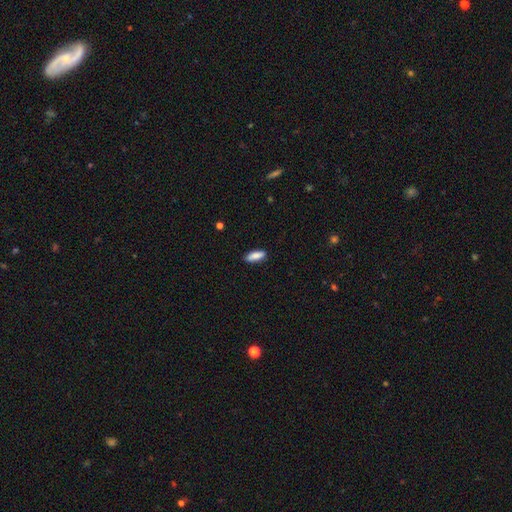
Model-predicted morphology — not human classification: smooth 85%, featured or disk 9%, star or artifact 6%. Down the decision tree: how rounded — in between (60%); merging — none (87%).